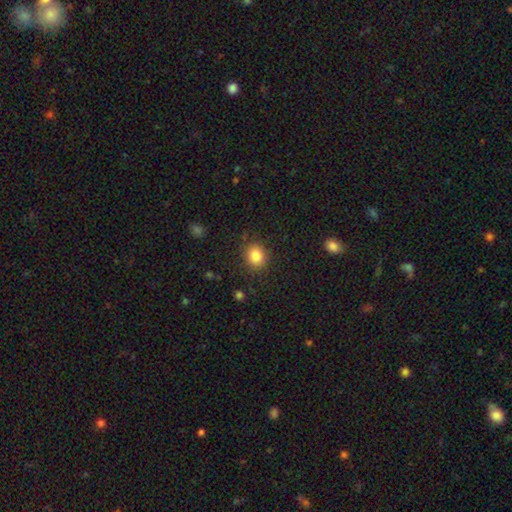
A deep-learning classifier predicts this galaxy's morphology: This is clearly a smooth galaxy (84%). How rounded: likely round (72%). Merging: clearly none (86%).